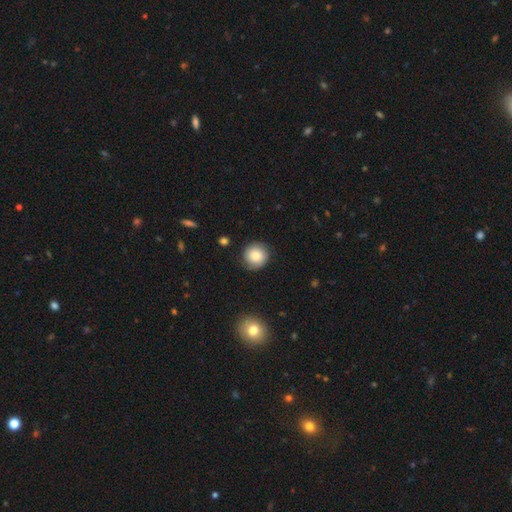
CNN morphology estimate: Smooth or featured? smooth (82%)
How rounded? round (93%)
Merging? none (85%)